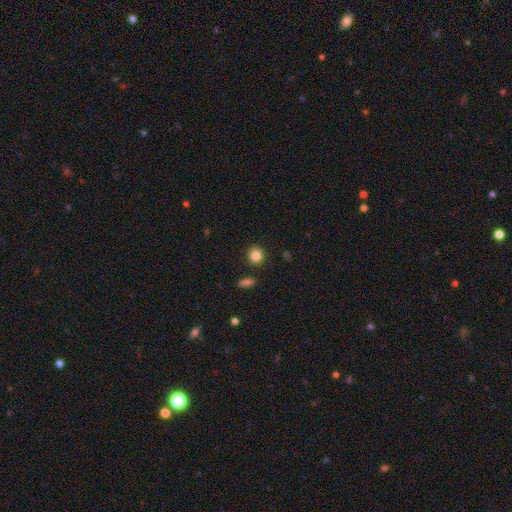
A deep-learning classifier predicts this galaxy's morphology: This appears to be a smooth galaxy with no disk features (85%) that is round (90%). Merging: none (89%).